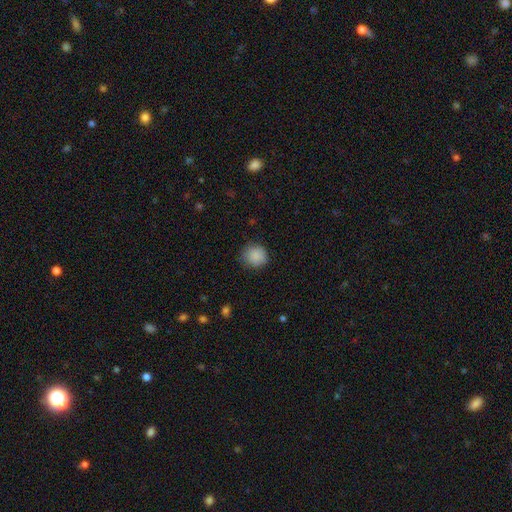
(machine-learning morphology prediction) smooth-or-featured: smooth: 88% | star or artifact: 9% | featured or disk: 4%
  how-rounded: round: 88% | in between: 11% | cigar-shaped: 1%
  merging: none: 82% | minor disturbance: 14% | major disturbance: 3% | merger: 1%